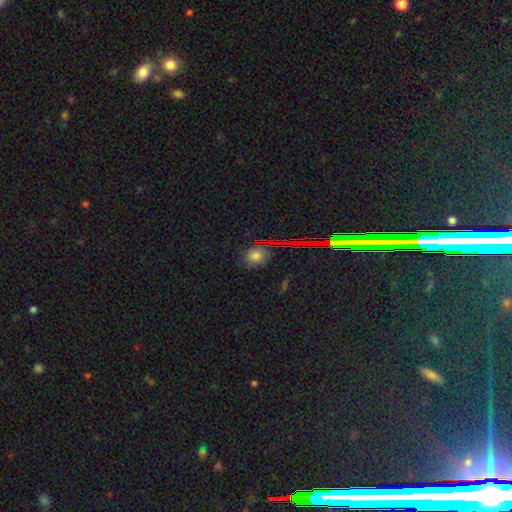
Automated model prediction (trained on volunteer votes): This appears to be a smooth galaxy with no disk features (71%) that is round (69%). Merging: none (83%).